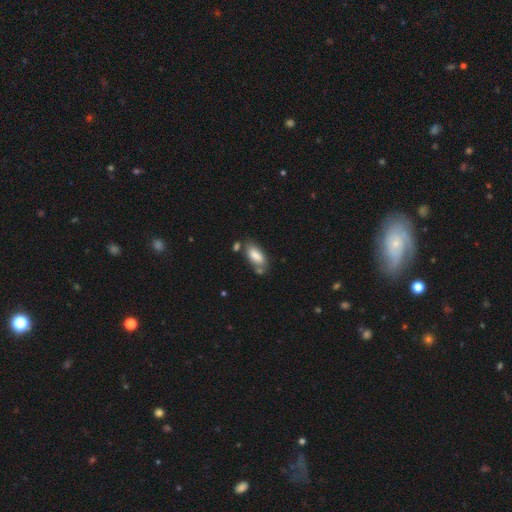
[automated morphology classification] Smooth or featured?
  - smooth: 81% *
  - featured or disk: 12%
  - star or artifact: 7%
How rounded?
  - in between: 83% *
  - cigar-shaped: 15%
  - round: 2%
Merging?
  - none: 57% *
  - minor disturbance: 20%
  - merger: 18%
  - major disturbance: 6%